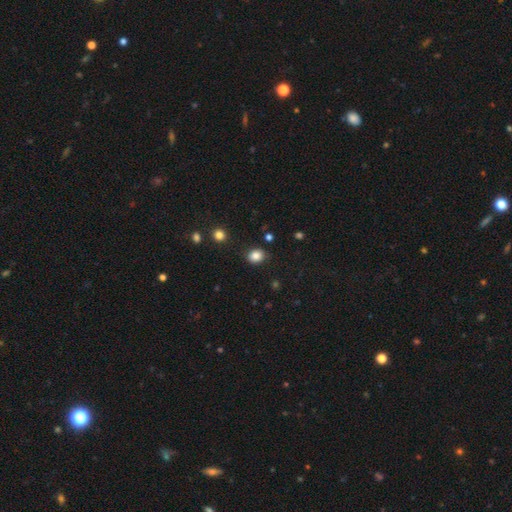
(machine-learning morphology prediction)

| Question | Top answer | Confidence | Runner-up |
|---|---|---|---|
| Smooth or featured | smooth | 85% | star or artifact (11%) |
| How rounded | round | 57% | in between (42%) |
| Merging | none | 84% | minor disturbance (11%) |